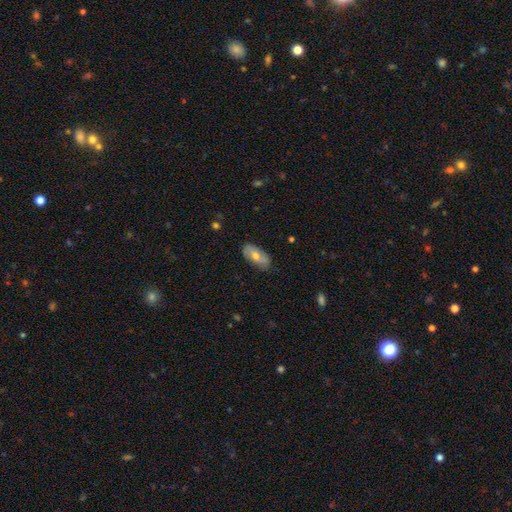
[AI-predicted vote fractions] A smooth galaxy with no disk features (57%) that is in between round and cigar-shaped (88%).

Vote fractions:
- Smooth or featured? smooth: 57% / featured or disk: 36% / star or artifact: 7%
- How rounded? in between: 88% / cigar-shaped: 8% / round: 3%
- Merging? none: 81% / minor disturbance: 15% / major disturbance: 3% / merger: 1%